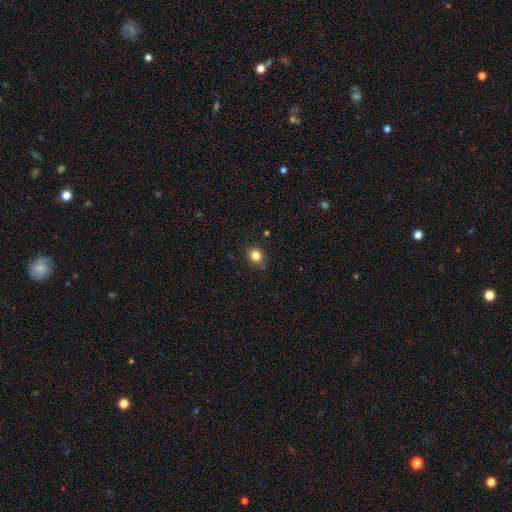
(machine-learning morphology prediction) Smooth or featured? smooth (83%)
How rounded? round (55%)
Merging? none (82%)